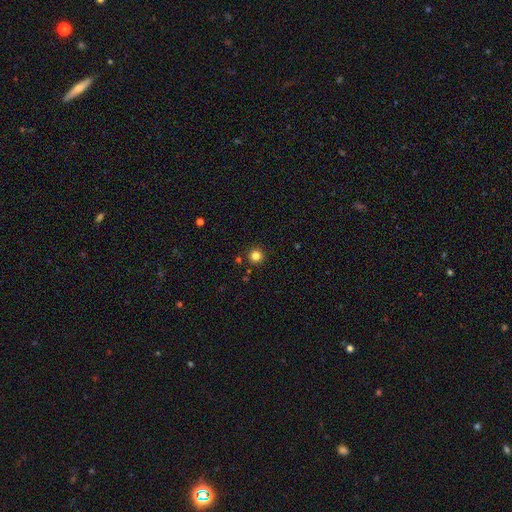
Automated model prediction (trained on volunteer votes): A smooth galaxy with no disk features (82%) that is round (96%). Merging: none (91%).